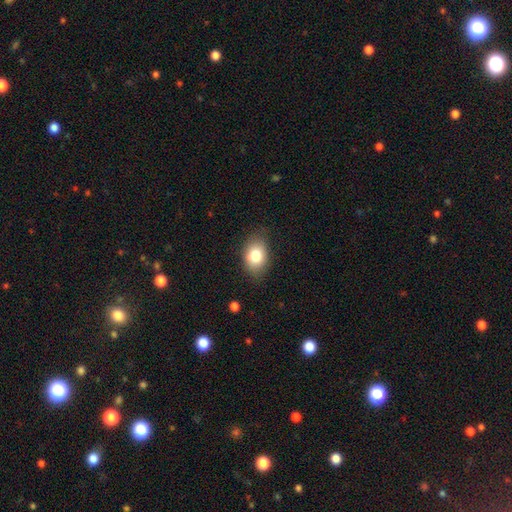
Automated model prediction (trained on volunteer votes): Overall: smooth (80%). How rounded: in between (76%). Merging: none (78%).